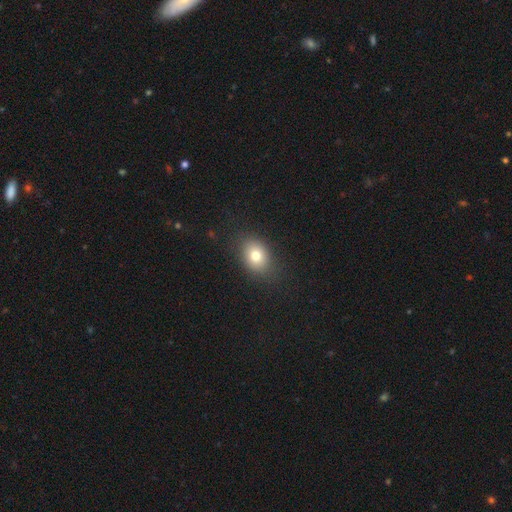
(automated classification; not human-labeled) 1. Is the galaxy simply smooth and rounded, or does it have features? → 77% smooth, 12% featured or disk, 11% star or artifact.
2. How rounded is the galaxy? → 67% in between, 32% round, 1% cigar-shaped.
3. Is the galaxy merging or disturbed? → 84% none, 11% minor disturbance, 4% major disturbance, 1% merger.